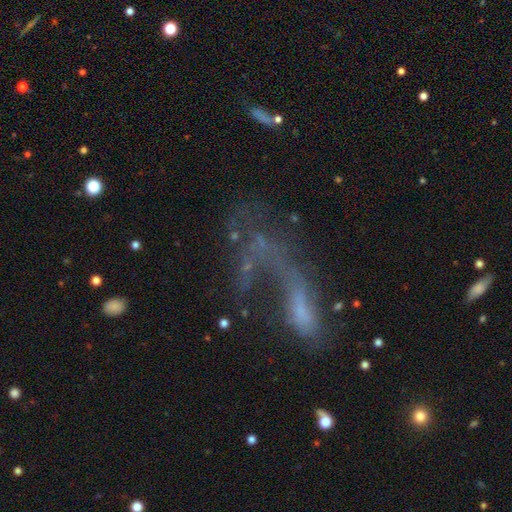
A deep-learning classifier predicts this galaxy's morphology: Smooth or featured: featured or disk — 52% (smooth — 26%)
Edge-on disk: no — 87% (yes — 13%)
Merging: major disturbance — 47% (none — 26%)